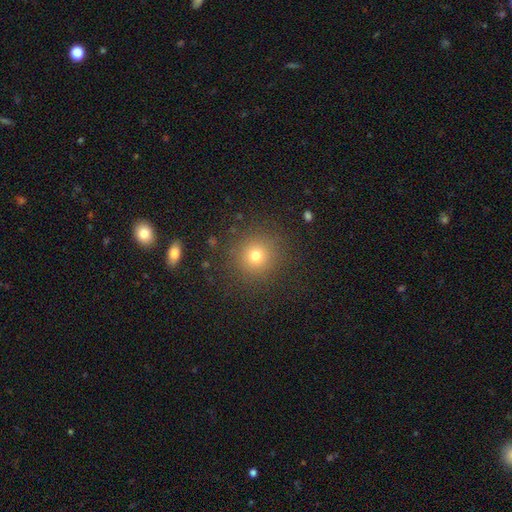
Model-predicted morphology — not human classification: The model was most divided on "smooth or featured": smooth: 73%, star or artifact: 18%, featured or disk: 9%. More confident: how rounded — round (93%); merging — none (88%).